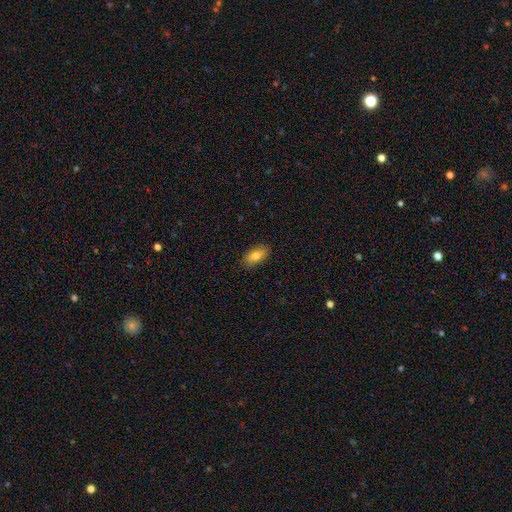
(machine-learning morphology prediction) Smooth or featured: smooth — 79% (featured or disk — 14%)
How rounded: in between — 89% (cigar-shaped — 6%)
Merging: none — 88% (minor disturbance — 9%)